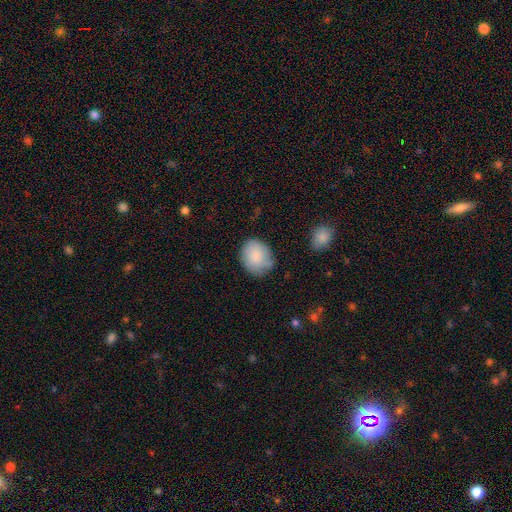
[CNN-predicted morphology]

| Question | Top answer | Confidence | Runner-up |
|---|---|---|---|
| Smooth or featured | smooth | 82% | featured or disk (11%) |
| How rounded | round | 58% | in between (41%) |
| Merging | none | 67% | minor disturbance (24%) |